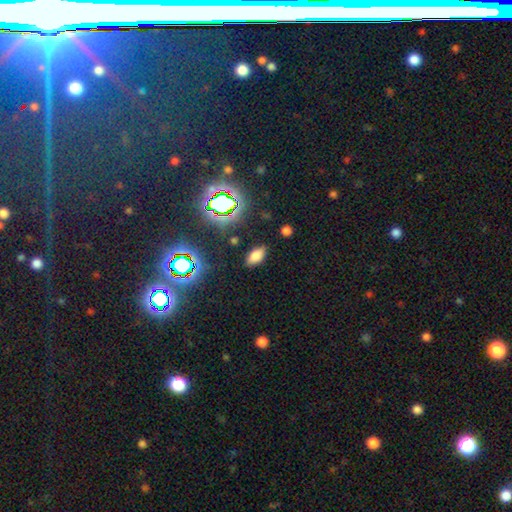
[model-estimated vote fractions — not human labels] A smooth galaxy with no disk features (71%) that is in between round and cigar-shaped (90%).

Vote fractions:
- Smooth or featured? smooth: 71% / star or artifact: 20% / featured or disk: 9%
- How rounded? in between: 90% / cigar-shaped: 5% / round: 5%
- Merging? none: 84% / minor disturbance: 11% / major disturbance: 3% / merger: 2%